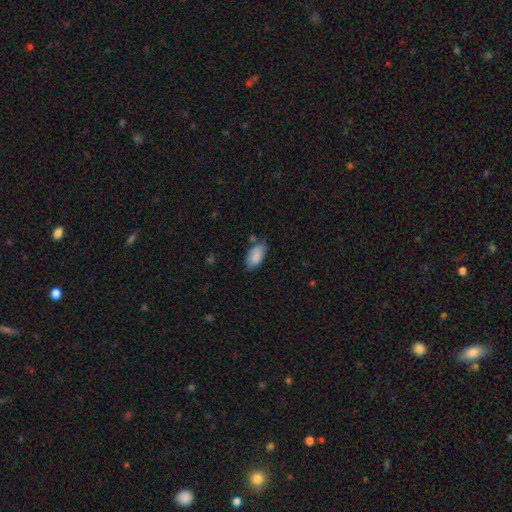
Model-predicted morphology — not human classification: This is clearly a smooth galaxy (85%). How rounded: clearly in between (93%). Merging: likely none (63%).